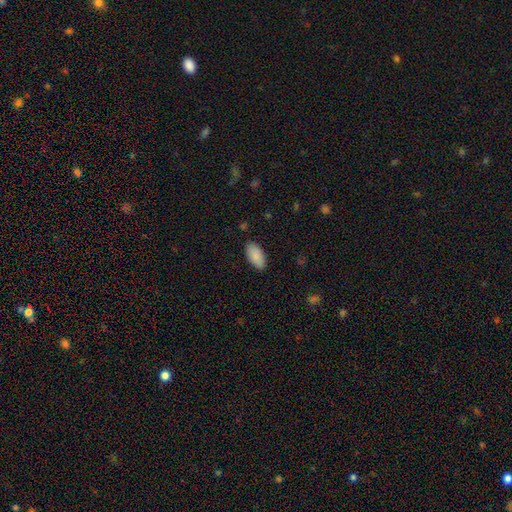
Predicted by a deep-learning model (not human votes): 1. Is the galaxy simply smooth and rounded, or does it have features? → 89% smooth, 6% star or artifact, 5% featured or disk.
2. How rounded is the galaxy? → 94% in between, 4% cigar-shaped, 2% round.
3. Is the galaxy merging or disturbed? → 87% none, 10% minor disturbance, 2% major disturbance, 1% merger.